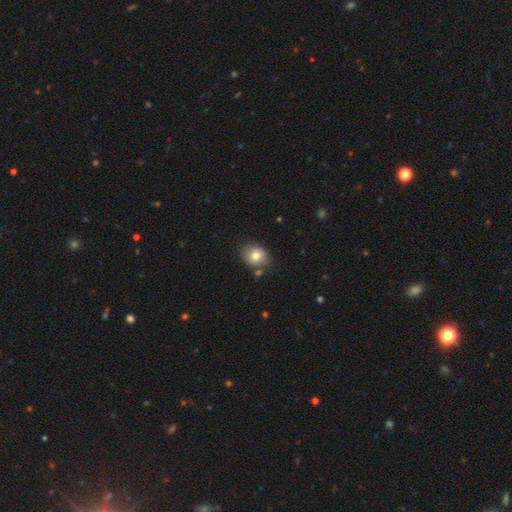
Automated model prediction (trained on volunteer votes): smooth-or-featured: smooth: 80% | featured or disk: 10% | star or artifact: 9%
  how-rounded: round: 61% | in between: 38% | cigar-shaped: 1%
  merging: none: 76% | minor disturbance: 14% | merger: 7% | major disturbance: 3%